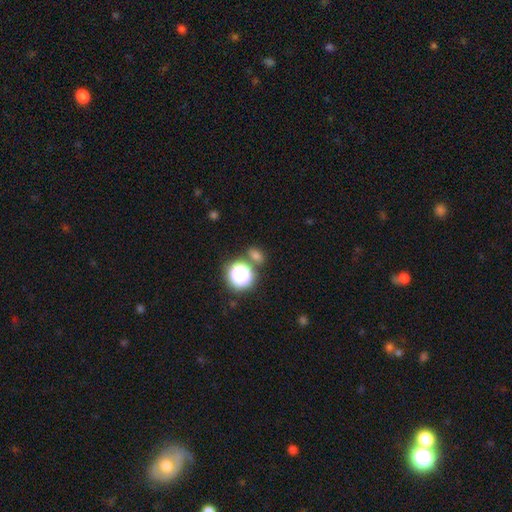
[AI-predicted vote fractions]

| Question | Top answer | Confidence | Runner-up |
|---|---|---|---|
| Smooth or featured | smooth | 65% | star or artifact (27%) |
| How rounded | in between | 53% | round (44%) |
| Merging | none | 72% | merger (13%) |